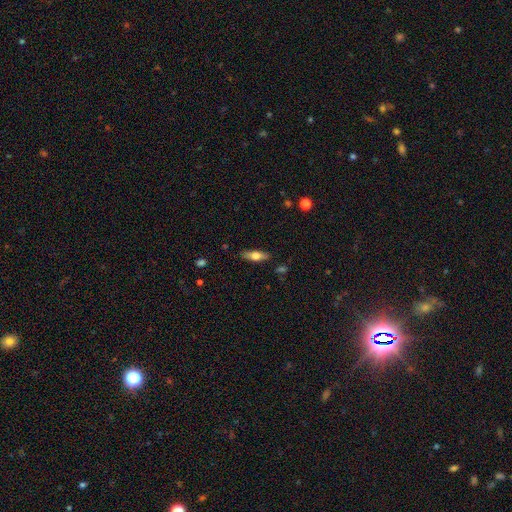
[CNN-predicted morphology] This appears to be a smooth galaxy with no disk features (59%) that is in between round and cigar-shaped (52%). Merging: none (86%).